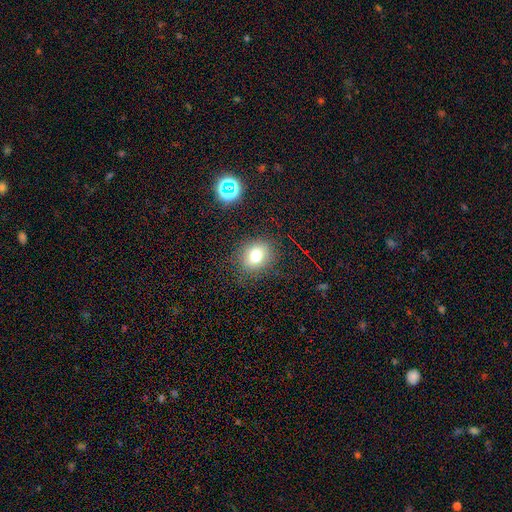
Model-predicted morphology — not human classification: Q: Smooth or featured?
A: smooth (73%); runner-up: star or artifact (16%)
Q: How rounded?
A: round (67%); runner-up: in between (32%)
Q: Merging?
A: none (84%); runner-up: minor disturbance (10%)